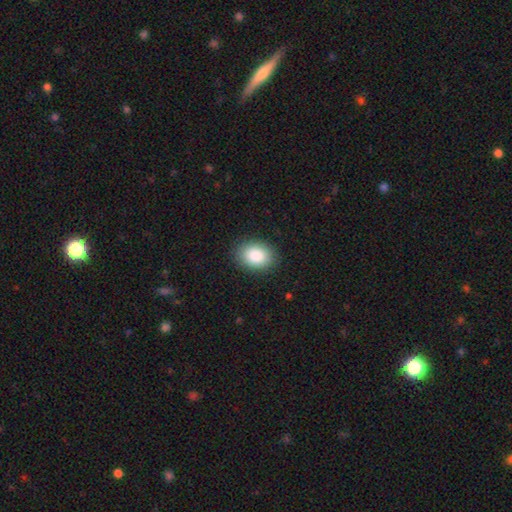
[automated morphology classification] This is clearly a smooth galaxy (87%). How rounded: likely in between (66%). Merging: clearly none (88%).